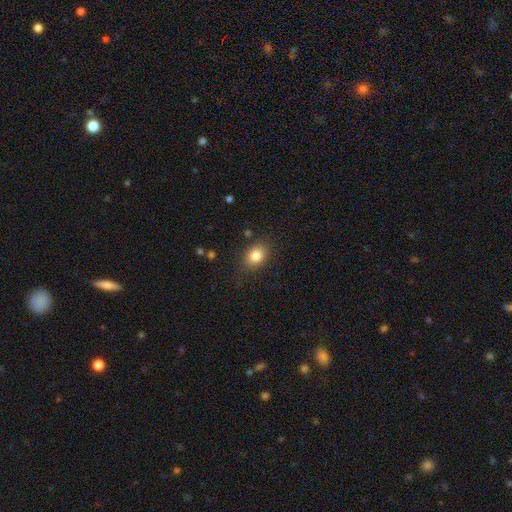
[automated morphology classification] Q: Smooth or featured?
A: smooth (83%); runner-up: star or artifact (9%)
Q: How rounded?
A: in between (69%); runner-up: round (29%)
Q: Merging?
A: none (82%); runner-up: minor disturbance (13%)